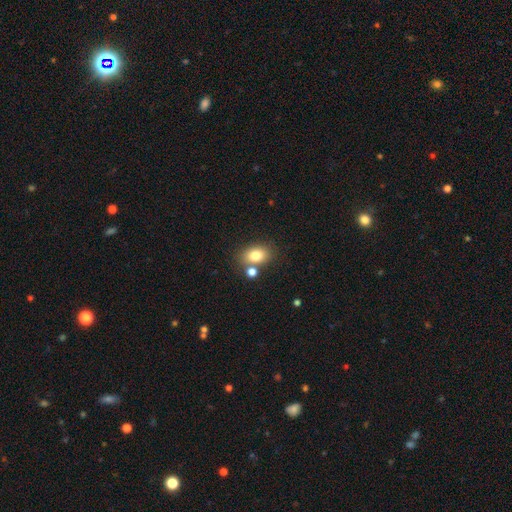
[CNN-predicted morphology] smooth_or_featured: smooth (p=0.80) [alt: star or artifact p=0.11]
how_rounded: in between (p=0.72) [alt: round p=0.27]
merging: none (p=0.67) [alt: merger p=0.18]